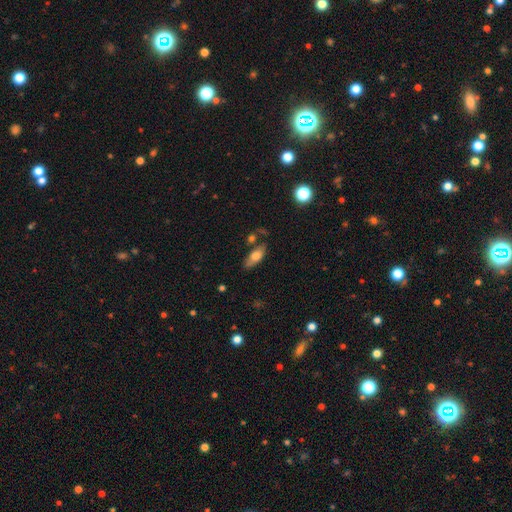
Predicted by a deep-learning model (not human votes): This appears to be a smooth galaxy with no disk features (68%) that is in between round and cigar-shaped (79%). Merging: none (64%).